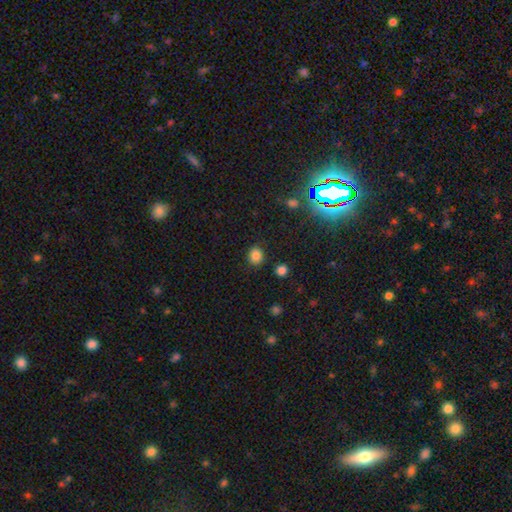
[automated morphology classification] Overall: smooth (83%). How rounded: round (68%; in between 31%). Merging: none (86%).